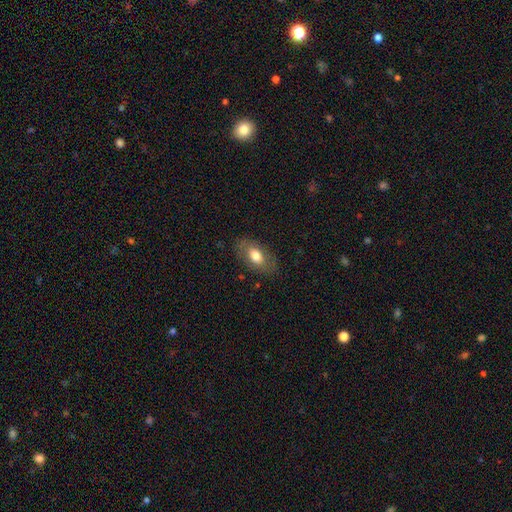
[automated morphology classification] Smooth or featured: smooth — 69% (featured or disk — 25%)
How rounded: in between — 91% (round — 7%)
Merging: none — 80% (minor disturbance — 14%)